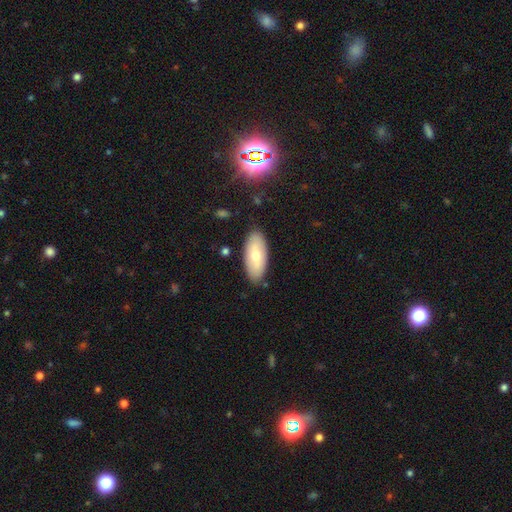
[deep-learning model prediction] The model was most divided on "smooth or featured": smooth: 63%, featured or disk: 30%, star or artifact: 7%. More confident: how rounded — in between (85%); merging — none (85%).